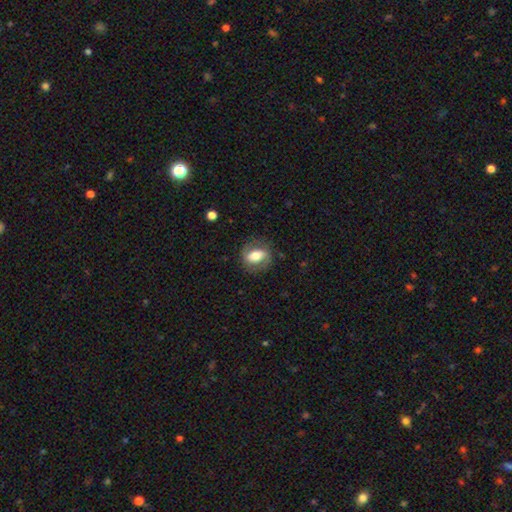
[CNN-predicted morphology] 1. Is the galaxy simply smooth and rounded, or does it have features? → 53% smooth, 40% featured or disk, 7% star or artifact.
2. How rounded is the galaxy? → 66% in between, 30% round, 4% cigar-shaped.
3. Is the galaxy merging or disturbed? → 77% none, 15% minor disturbance, 7% major disturbance, 1% merger.